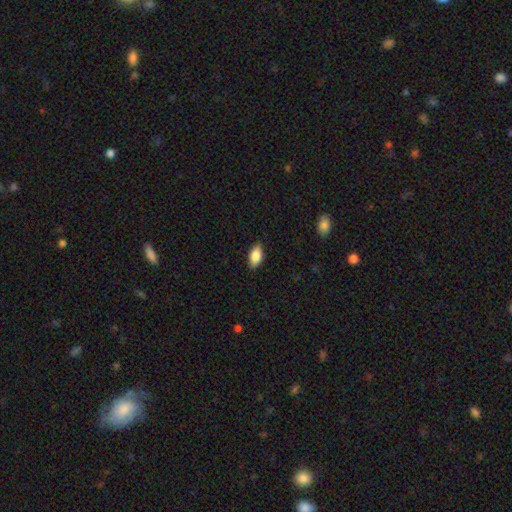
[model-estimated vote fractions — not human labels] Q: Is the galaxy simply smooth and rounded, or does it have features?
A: smooth — 84%.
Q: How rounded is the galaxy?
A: in between — 91%.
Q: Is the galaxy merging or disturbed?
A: none — 88%.